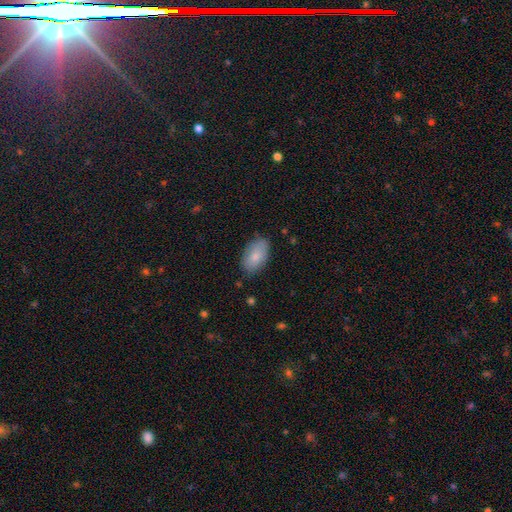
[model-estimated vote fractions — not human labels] Overall: smooth (82%). How rounded: in between (94%). Merging: none (81%).